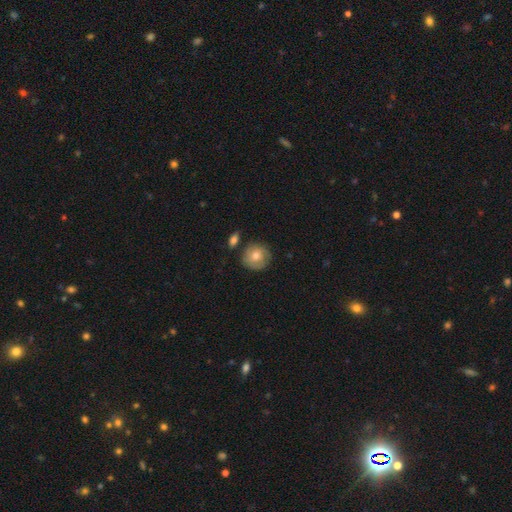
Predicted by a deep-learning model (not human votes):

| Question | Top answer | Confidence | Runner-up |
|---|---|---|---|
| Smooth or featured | smooth | 60% | featured or disk (33%) |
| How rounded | round | 90% | in between (9%) |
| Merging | none | 74% | minor disturbance (16%) |